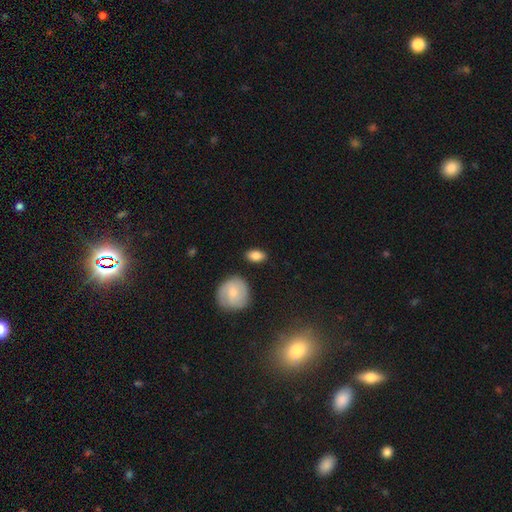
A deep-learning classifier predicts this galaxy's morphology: type=smooth (83%); roundness=in between (85%); merging=none (84%).